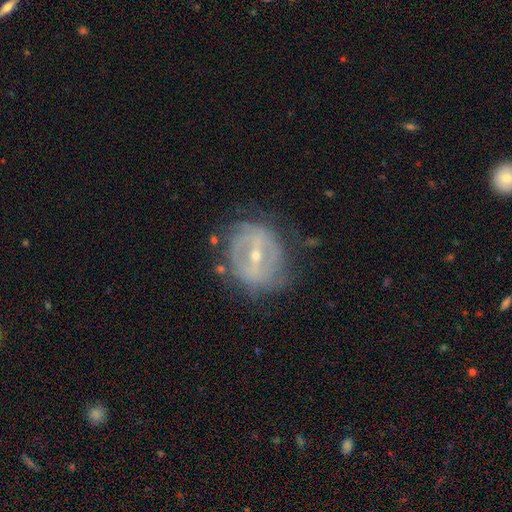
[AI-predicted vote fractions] Smooth or featured? featured or disk (78%)
Edge-on disk? no (94%)
Bar? strong (55%)
Spiral arms? yes (57%)
Bulge size? small (60%)
Merging? none (67%)